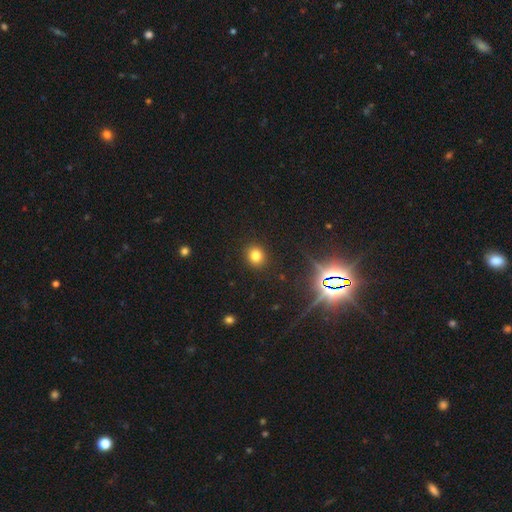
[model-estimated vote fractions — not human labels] Smooth or featured? Predicted: smooth (p=0.78). How rounded? Predicted: round (p=0.80). Merging? Predicted: none (p=0.91).